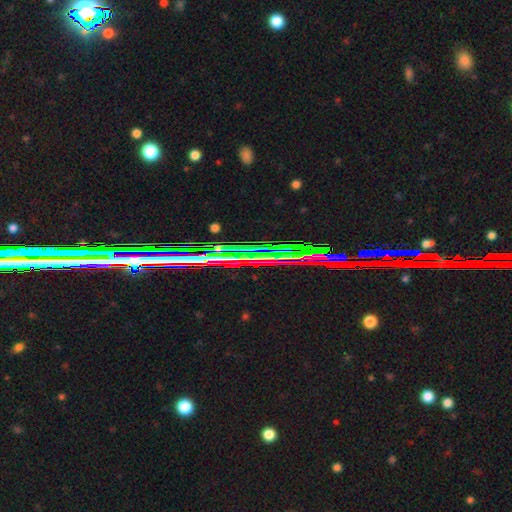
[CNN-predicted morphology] Smooth or featured: star or artifact — 66% (featured or disk — 23%)